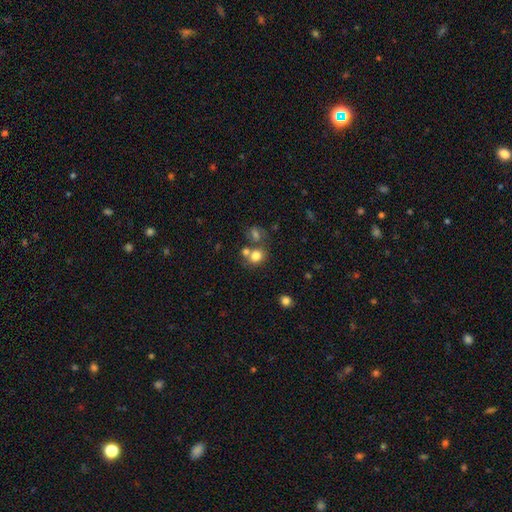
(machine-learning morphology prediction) smooth-or-featured: smooth: 77% | star or artifact: 13% | featured or disk: 10%
  how-rounded: round: 72% | in between: 27% | cigar-shaped: 1%
  merging: none: 51% | merger: 33% | minor disturbance: 11% | major disturbance: 5%